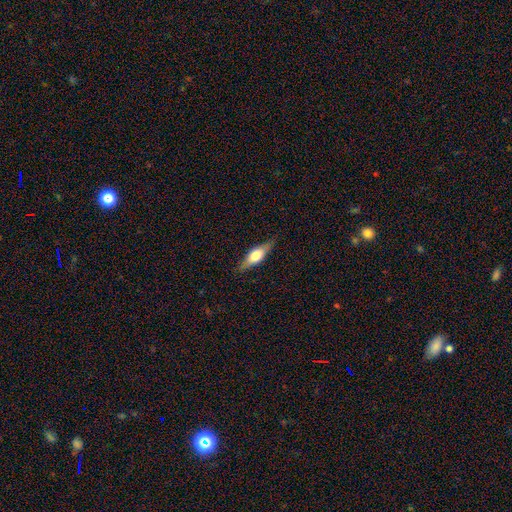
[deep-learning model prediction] Smooth or featured?
  - featured or disk: 49% *
  - smooth: 45%
  - star or artifact: 6%
Merging?
  - none: 85% *
  - minor disturbance: 12%
  - major disturbance: 2%
  - merger: 1%